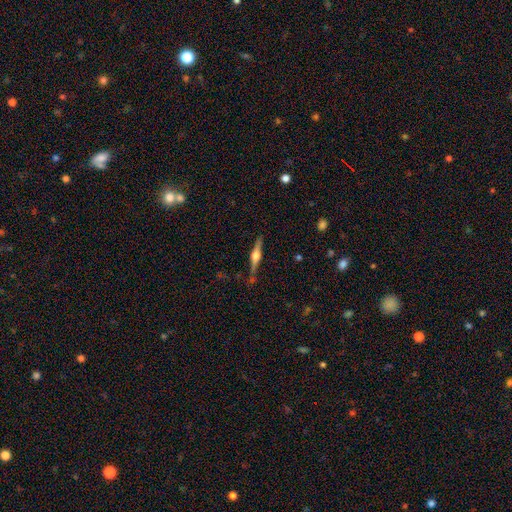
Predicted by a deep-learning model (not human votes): Q: Smooth or featured?
A: featured or disk (78%); runner-up: smooth (16%)
Q: Edge-on disk?
A: yes (98%); runner-up: no (2%)
Q: Edge-on bulge?
A: rounded (92%); runner-up: boxy (6%)
Q: Merging?
A: none (83%); runner-up: minor disturbance (12%)